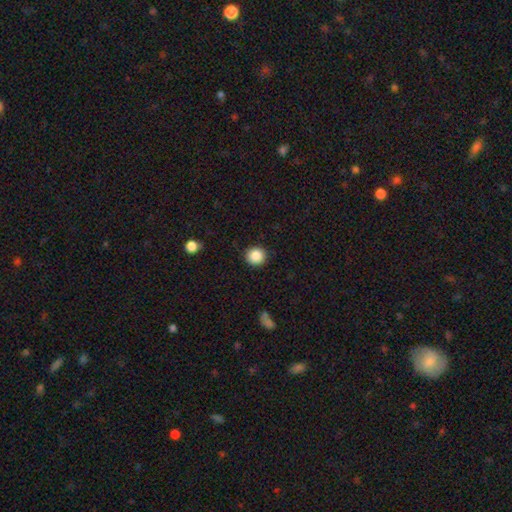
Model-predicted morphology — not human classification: This appears to be a smooth galaxy with no disk features (87%) that is round (93%). Merging: none (91%).